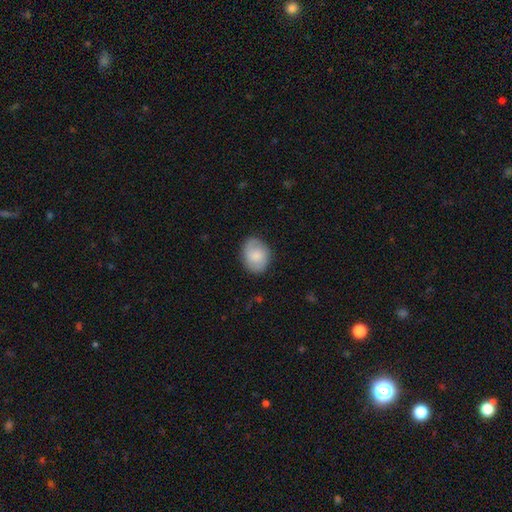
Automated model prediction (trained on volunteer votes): The model was most divided on "how rounded": in between: 57%, round: 43%, cigar-shaped: 1%. More confident: merging — none (80%); smooth or featured — smooth (70%).